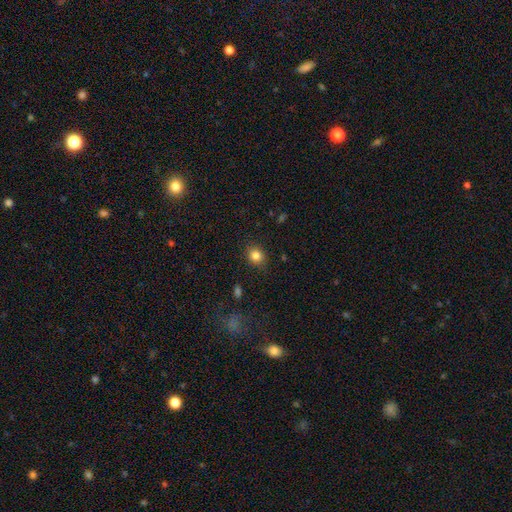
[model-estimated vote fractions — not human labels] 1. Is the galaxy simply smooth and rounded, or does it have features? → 84% smooth, 11% star or artifact, 5% featured or disk.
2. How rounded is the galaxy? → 75% round, 24% in between, 1% cigar-shaped.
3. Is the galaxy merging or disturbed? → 85% none, 10% minor disturbance, 3% major disturbance, 1% merger.